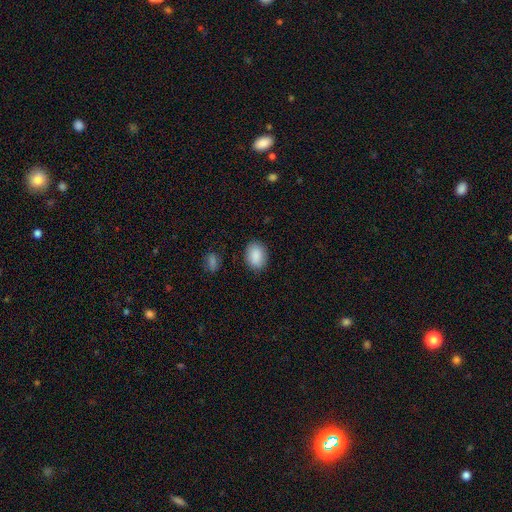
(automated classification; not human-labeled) Smooth or featured? Predicted: smooth (p=0.89). How rounded? Predicted: in between (p=0.77). Merging? Predicted: none (p=0.85).